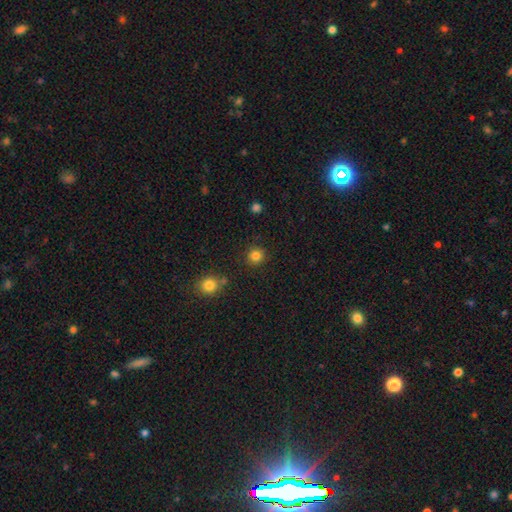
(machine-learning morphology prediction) Q: Smooth or featured?
A: smooth (84%); runner-up: star or artifact (12%)
Q: How rounded?
A: round (93%); runner-up: in between (6%)
Q: Merging?
A: none (89%); runner-up: minor disturbance (6%)